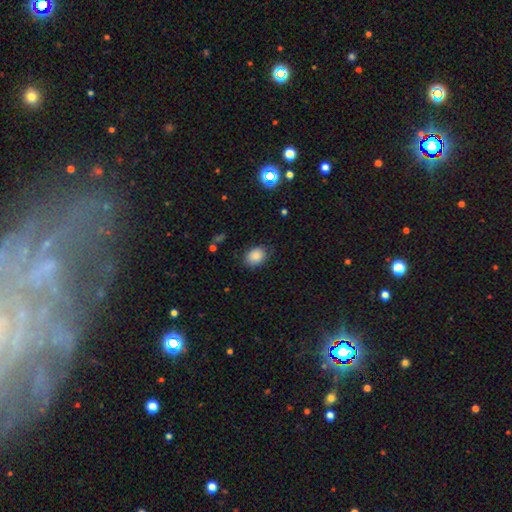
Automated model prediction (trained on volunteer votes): Smooth or featured: smooth — 86% (star or artifact — 9%)
How rounded: in between — 66% (round — 33%)
Merging: none — 78% (minor disturbance — 17%)